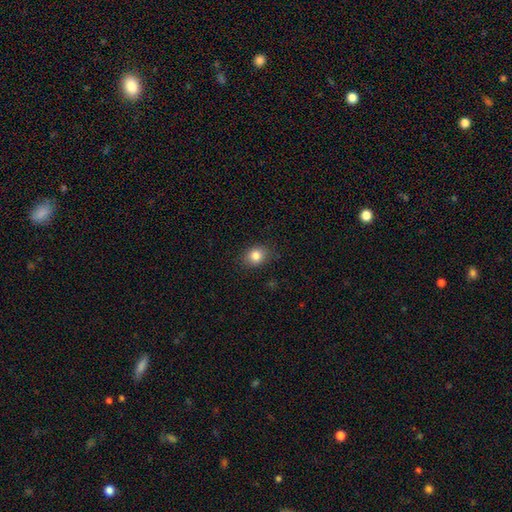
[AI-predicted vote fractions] Smooth or featured?
  - smooth: 83% *
  - star or artifact: 10%
  - featured or disk: 6%
How rounded?
  - round: 52% *
  - in between: 47%
  - cigar-shaped: 1%
Merging?
  - none: 85% *
  - minor disturbance: 11%
  - major disturbance: 3%
  - merger: 1%